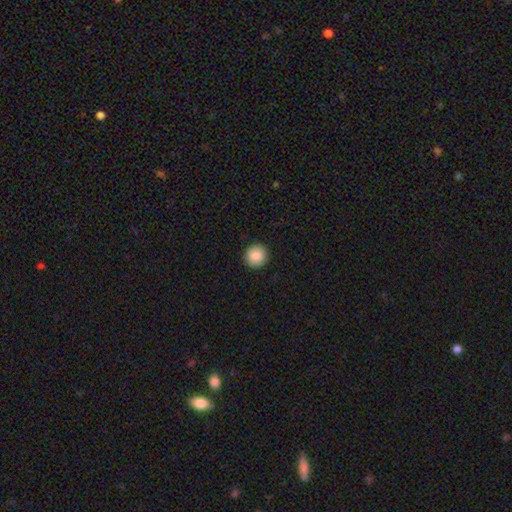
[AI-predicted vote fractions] Smooth or featured: smooth — 87% (star or artifact — 8%)
How rounded: round — 93% (in between — 6%)
Merging: none — 93% (minor disturbance — 5%)